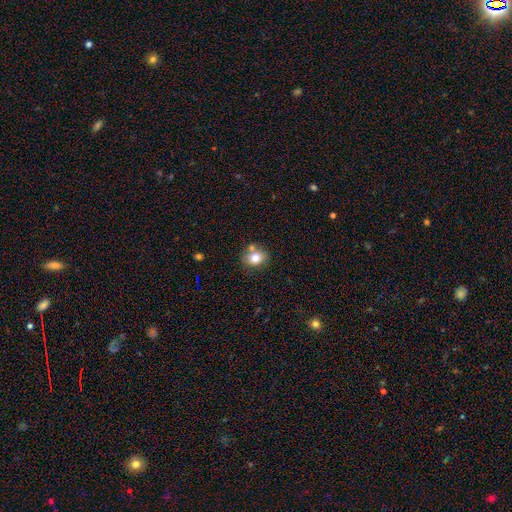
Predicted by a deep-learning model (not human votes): smooth-or-featured: smooth: 76% | featured or disk: 13% | star or artifact: 11%
  how-rounded: round: 60% | in between: 39% | cigar-shaped: 1%
  merging: none: 66% | merger: 17% | minor disturbance: 13% | major disturbance: 3%